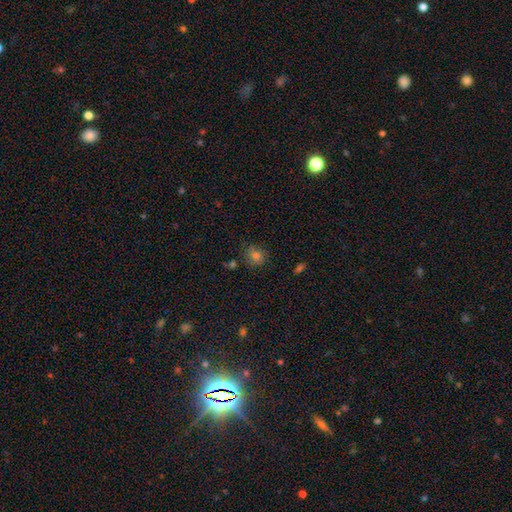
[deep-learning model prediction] Overall: smooth (63%; star or artifact 24%). How rounded: round (81%). Merging: none (79%).